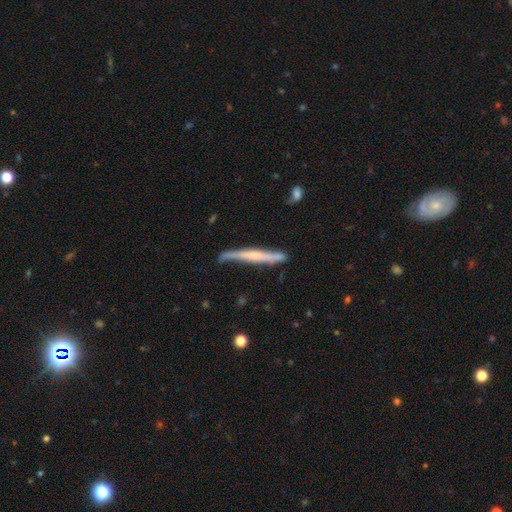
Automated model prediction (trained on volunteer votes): Smooth or featured: featured or disk — 57% (smooth — 38%)
Edge-on disk: yes — 91% (no — 9%)
Edge-on bulge: none — 48% (rounded — 37%)
Merging: none — 66% (minor disturbance — 25%)